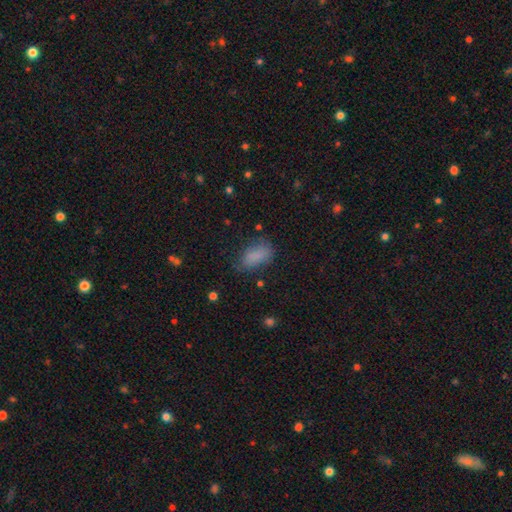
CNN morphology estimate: Smooth or featured? smooth (84%)
How rounded? in between (90%)
Merging? none (66%)